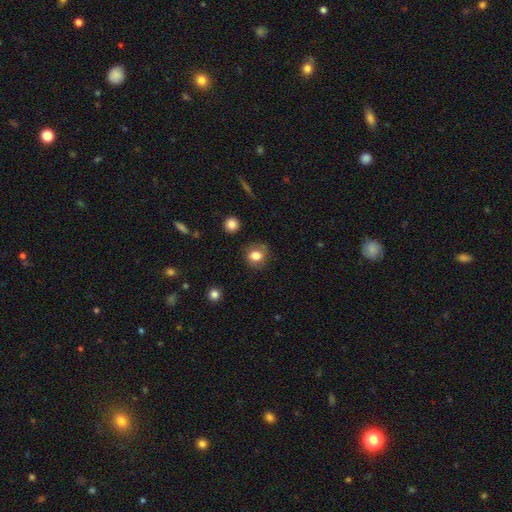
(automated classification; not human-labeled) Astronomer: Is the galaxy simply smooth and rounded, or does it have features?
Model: smooth — 79%.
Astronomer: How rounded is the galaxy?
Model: round — 72%.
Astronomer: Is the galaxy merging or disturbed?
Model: none — 78%.